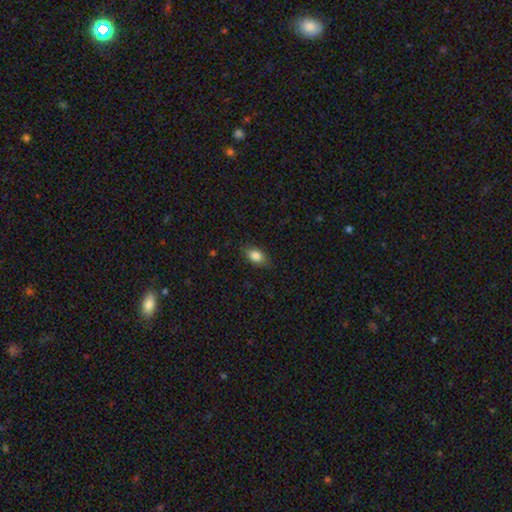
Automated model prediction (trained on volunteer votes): A smooth galaxy with no disk features (84%) that is in between round and cigar-shaped (86%).

Vote fractions:
- Smooth or featured? smooth: 84% / star or artifact: 8% / featured or disk: 8%
- How rounded? in between: 86% / round: 11% / cigar-shaped: 4%
- Merging? none: 82% / minor disturbance: 14% / major disturbance: 3% / merger: 1%